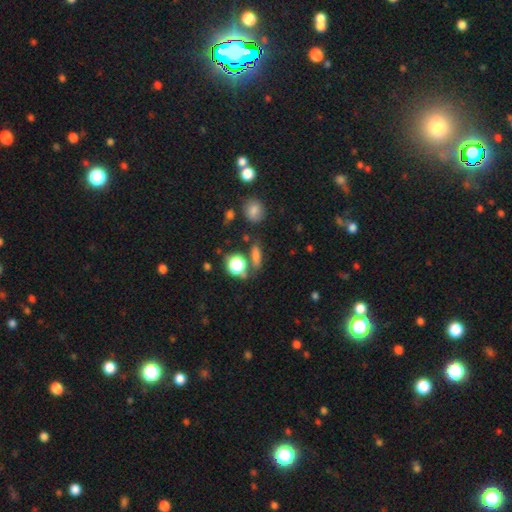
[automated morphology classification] smooth 66%, star or artifact 21%, featured or disk 13%. Down the decision tree: how rounded — in between (43%); merging — none (74%).